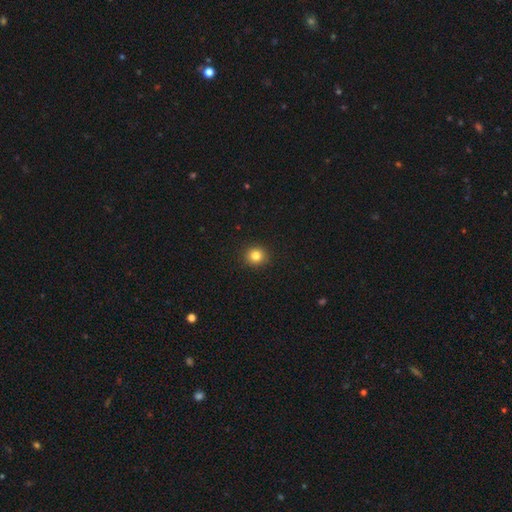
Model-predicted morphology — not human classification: smooth_or_featured: smooth (p=0.82) [alt: star or artifact p=0.12]
how_rounded: round (p=0.89) [alt: in between p=0.10]
merging: none (p=0.92) [alt: minor disturbance p=0.05]